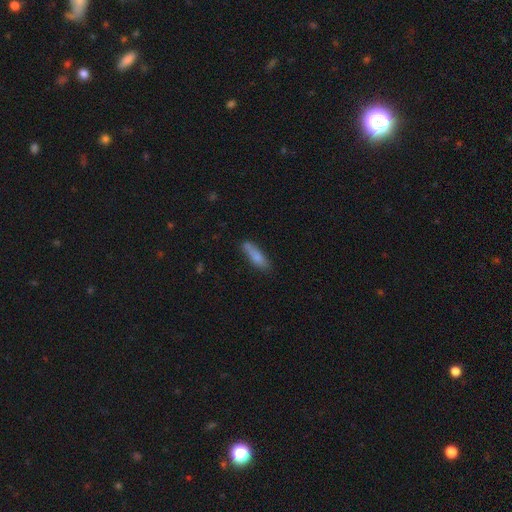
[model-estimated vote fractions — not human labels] This appears to be a smooth galaxy with no disk features (79%) that is cigar-shaped (66%). Merging: none (64%).